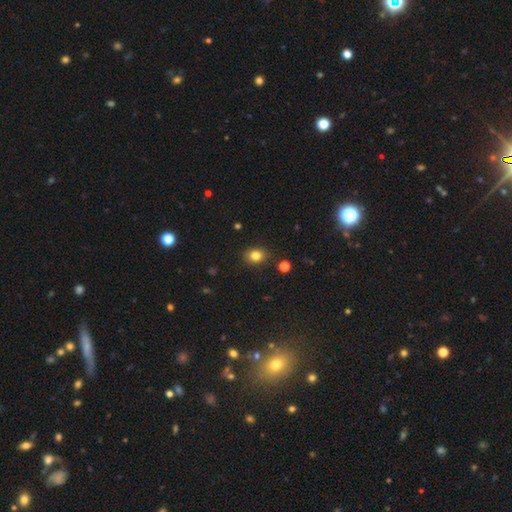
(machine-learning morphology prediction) A smooth galaxy with no disk features (82%) that is round (55%).

Vote fractions:
- Smooth or featured? smooth: 82% / star or artifact: 12% / featured or disk: 6%
- How rounded? round: 55% / in between: 44% / cigar-shaped: 1%
- Merging? none: 85% / minor disturbance: 10% / major disturbance: 3% / merger: 2%